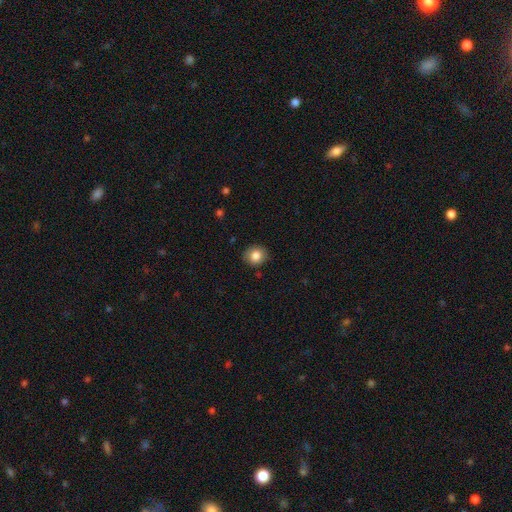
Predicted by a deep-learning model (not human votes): smooth-or-featured: smooth: 83% | star or artifact: 9% | featured or disk: 8%
  how-rounded: round: 75% | in between: 24% | cigar-shaped: 1%
  merging: none: 86% | minor disturbance: 11% | major disturbance: 2% | merger: 1%